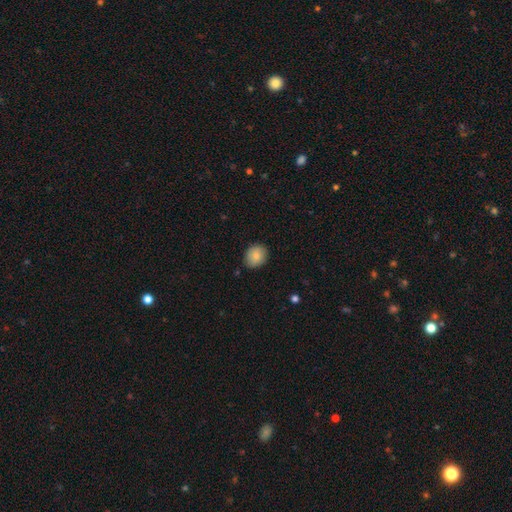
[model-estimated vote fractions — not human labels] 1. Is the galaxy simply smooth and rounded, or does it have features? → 84% smooth, 9% featured or disk, 7% star or artifact.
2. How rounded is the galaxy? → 57% round, 42% in between, 1% cigar-shaped.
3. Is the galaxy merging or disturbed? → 83% none, 14% minor disturbance, 2% major disturbance, 1% merger.